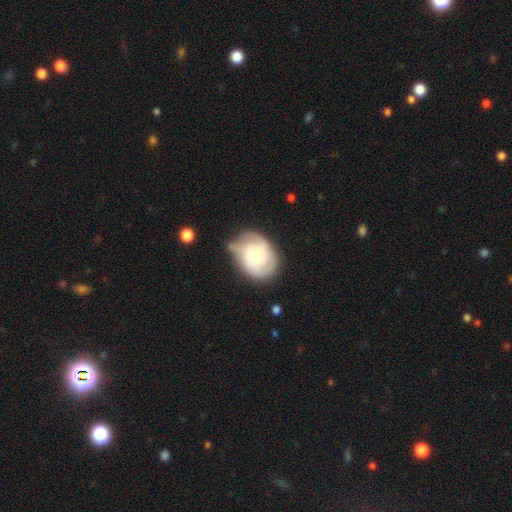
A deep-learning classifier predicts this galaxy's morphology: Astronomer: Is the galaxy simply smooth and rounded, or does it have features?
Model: featured or disk — 65%.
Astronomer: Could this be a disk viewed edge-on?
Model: no — 97%.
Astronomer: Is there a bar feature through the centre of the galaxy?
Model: no — 62%.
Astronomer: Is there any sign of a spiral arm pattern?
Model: yes — 89%.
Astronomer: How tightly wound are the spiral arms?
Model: tight — 55% (runner-up: medium, 35%).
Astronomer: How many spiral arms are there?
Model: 2 — 36% (runner-up: can't tell, 29%).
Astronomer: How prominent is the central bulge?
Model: moderate — 53% (runner-up: small, 39%).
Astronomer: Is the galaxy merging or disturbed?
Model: none — 53% (runner-up: minor disturbance, 33%).